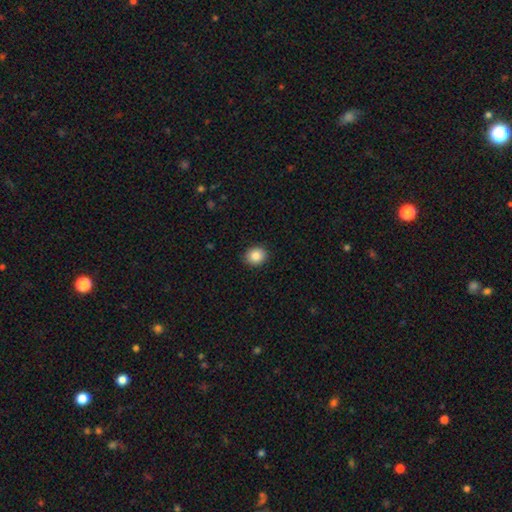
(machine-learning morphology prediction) Overall: smooth (86%). How rounded: round (72%). Merging: none (90%).